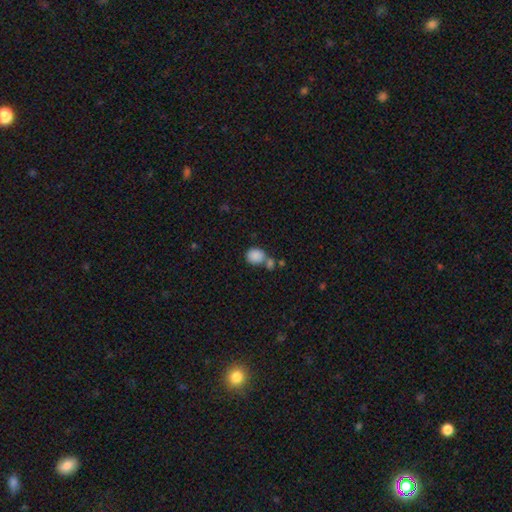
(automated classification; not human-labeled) Smooth or featured: smooth — 86% (star or artifact — 9%)
How rounded: round — 70% (in between — 29%)
Merging: none — 49% (merger — 34%)